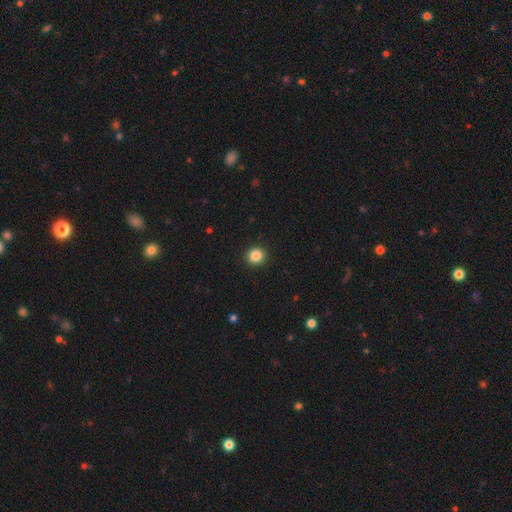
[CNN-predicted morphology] Smooth or featured? Predicted: smooth (p=0.86). How rounded? Predicted: round (p=0.92). Merging? Predicted: none (p=0.93).